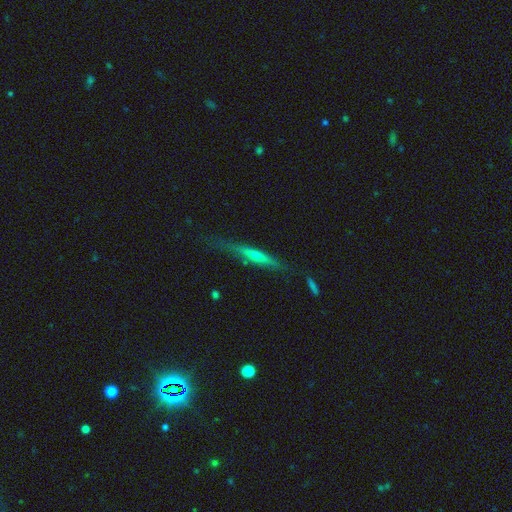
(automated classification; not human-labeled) Smooth or featured?
  - featured or disk: 58% *
  - smooth: 34%
  - star or artifact: 8%
Edge-on disk?
  - yes: 93% *
  - no: 7%
Edge-on bulge?
  - rounded: 49% *
  - none: 42%
  - boxy: 10%
Merging?
  - none: 70% *
  - minor disturbance: 21%
  - major disturbance: 6%
  - merger: 3%